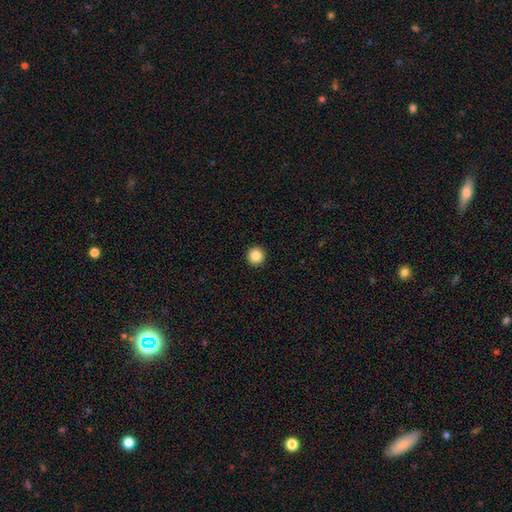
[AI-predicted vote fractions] A smooth galaxy with no disk features (85%) that is round (96%). Merging: none (94%).